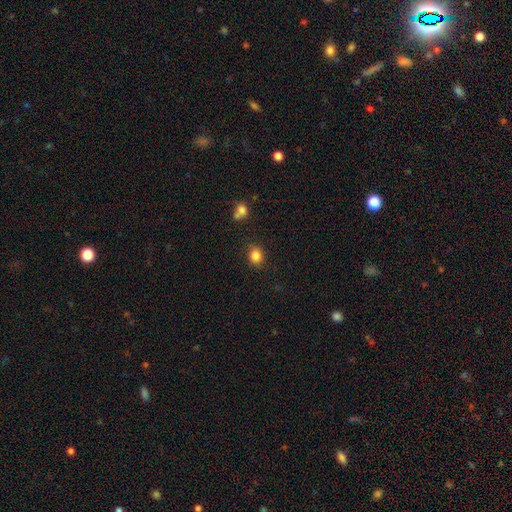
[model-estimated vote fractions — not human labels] Q: Smooth or featured?
A: smooth (84%); runner-up: star or artifact (11%)
Q: How rounded?
A: round (66%); runner-up: in between (33%)
Q: Merging?
A: none (85%); runner-up: minor disturbance (10%)